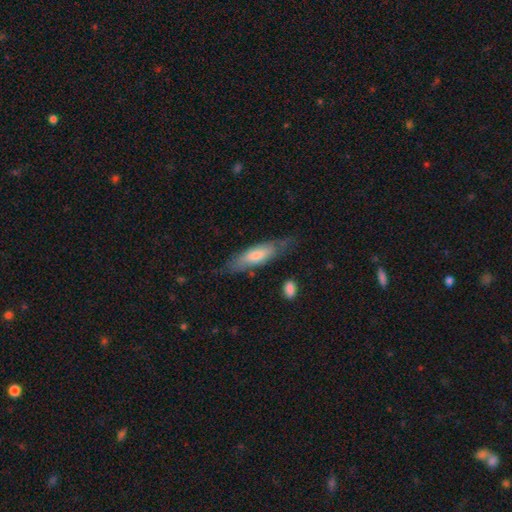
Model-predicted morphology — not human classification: This is likely a smooth galaxy (62%). How rounded: possibly cigar-shaped (57%). Merging: likely none (65%).